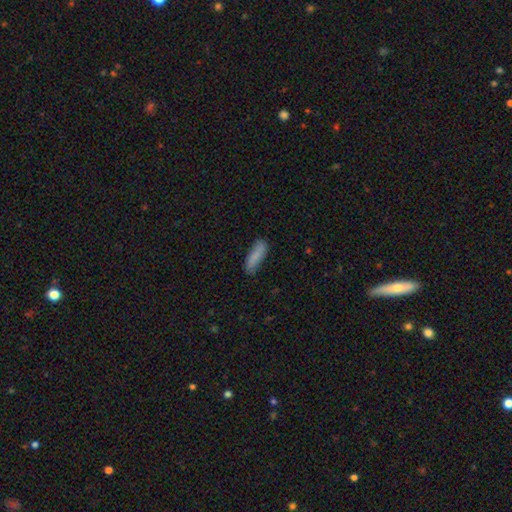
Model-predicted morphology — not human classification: Smooth or featured? Predicted: smooth (p=0.84). How rounded? Predicted: cigar-shaped (p=0.57). Merging? Predicted: none (p=0.81).